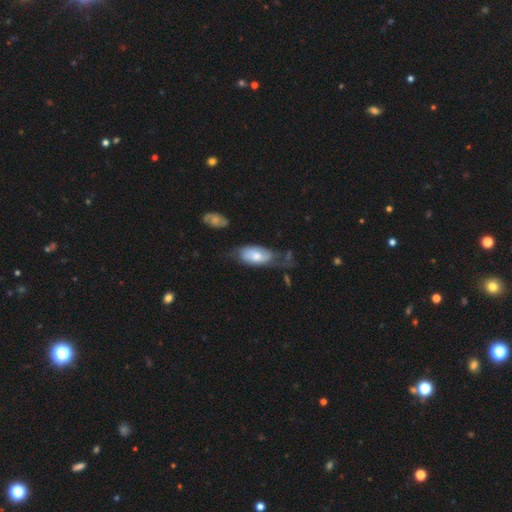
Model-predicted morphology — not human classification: This appears to be a smooth galaxy with no disk features (54%) that is in between round and cigar-shaped (89%). Merging: none (38%).